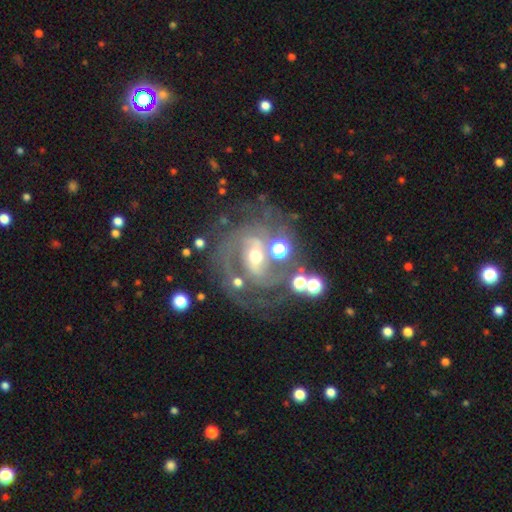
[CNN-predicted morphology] Smooth or featured? Predicted: featured or disk (p=0.85). Edge-on disk? Predicted: no (p=0.97). Bar? Predicted: weak (p=0.41). Spiral arms? Predicted: yes (p=0.95). Spiral winding? Predicted: medium (p=0.52). Spiral arm count? Predicted: 2 (p=0.66). Bulge size? Predicted: moderate (p=0.57). Merging? Predicted: none (p=0.58).